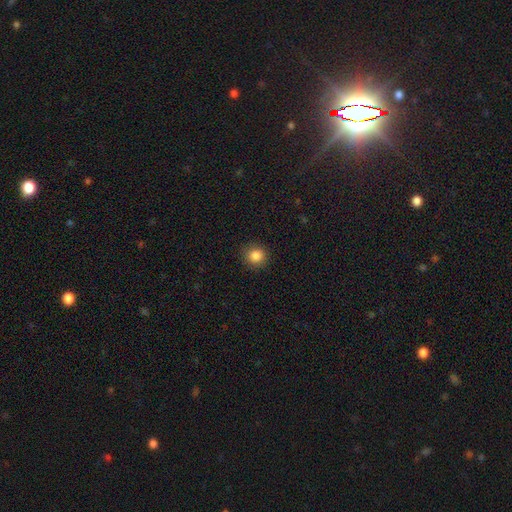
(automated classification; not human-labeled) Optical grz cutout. It shows a smooth galaxy with no disk features (86%) that is round (89%). Merging: none (89%).